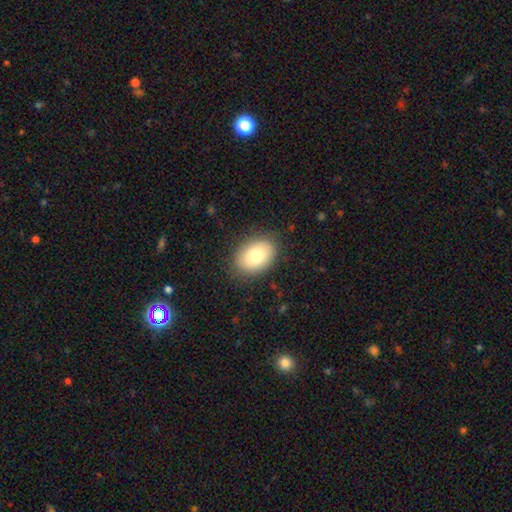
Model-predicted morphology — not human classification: Smooth or featured? smooth (79%)
How rounded? in between (77%)
Merging? none (85%)